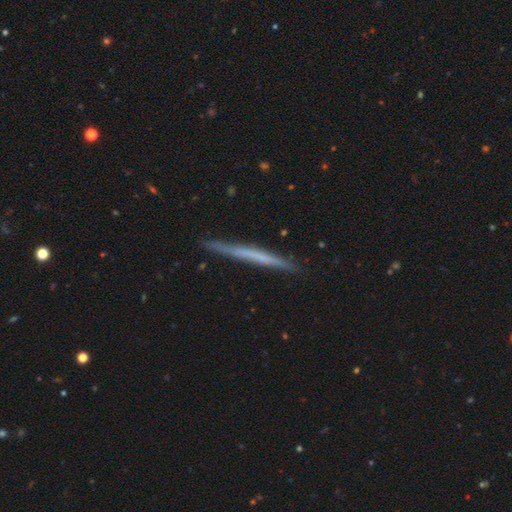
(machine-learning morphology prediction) Smooth or featured? featured or disk (49%)
Merging? none (88%)